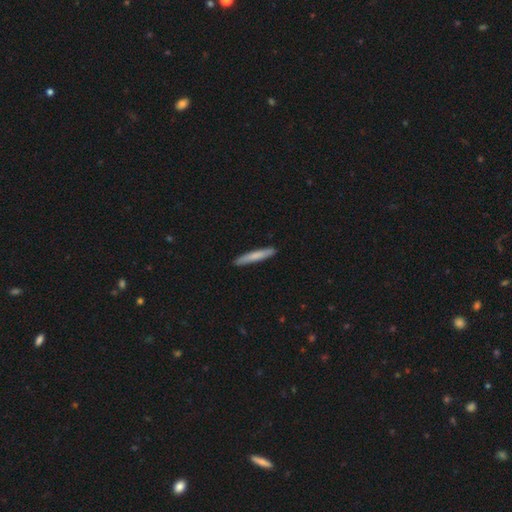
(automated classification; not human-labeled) This is likely a smooth galaxy (74%). How rounded: clearly cigar-shaped (95%). Merging: clearly none (90%).